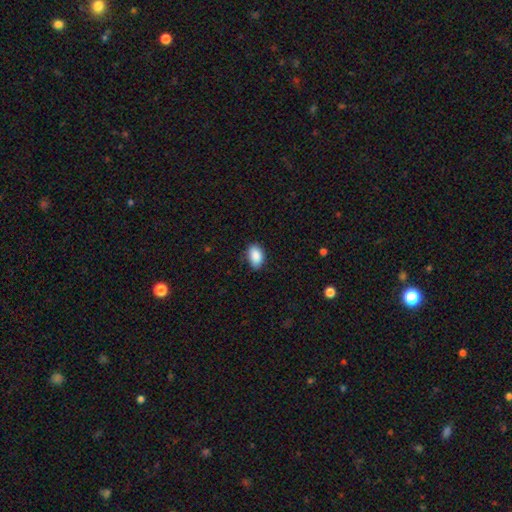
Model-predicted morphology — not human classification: Q: Smooth or featured?
A: smooth (88%); runner-up: star or artifact (7%)
Q: How rounded?
A: in between (90%); runner-up: round (9%)
Q: Merging?
A: none (79%); runner-up: minor disturbance (17%)